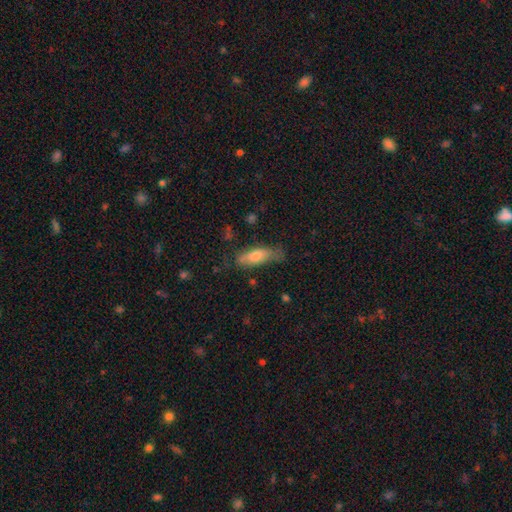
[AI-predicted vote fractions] Smooth or featured?
  - smooth: 69% *
  - featured or disk: 24%
  - star or artifact: 7%
How rounded?
  - in between: 50% *
  - cigar-shaped: 48%
  - round: 2%
Merging?
  - none: 63% *
  - minor disturbance: 27%
  - major disturbance: 8%
  - merger: 2%